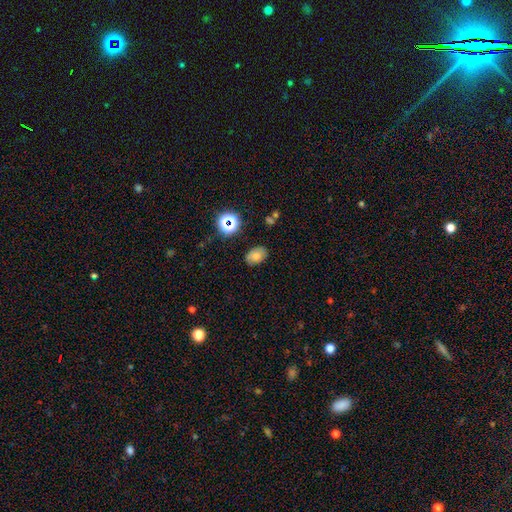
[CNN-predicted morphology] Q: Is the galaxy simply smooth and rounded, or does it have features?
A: smooth — 75%.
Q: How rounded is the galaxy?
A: in between — 80%.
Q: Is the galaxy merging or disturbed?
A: none — 81%.